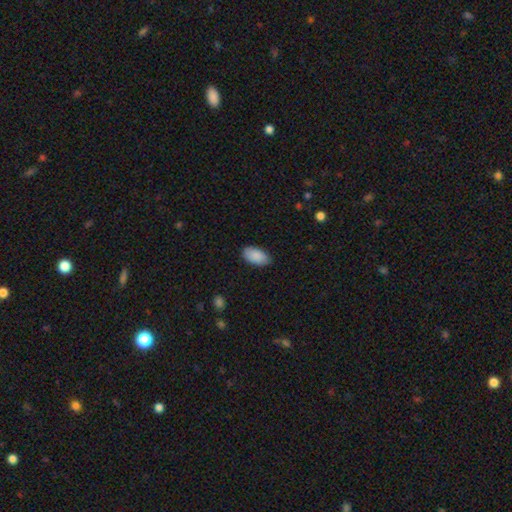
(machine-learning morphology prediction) The model was most divided on "merging": none: 84%, minor disturbance: 13%, major disturbance: 2%, merger: 1%. More confident: how rounded — in between (95%); smooth or featured — smooth (89%).